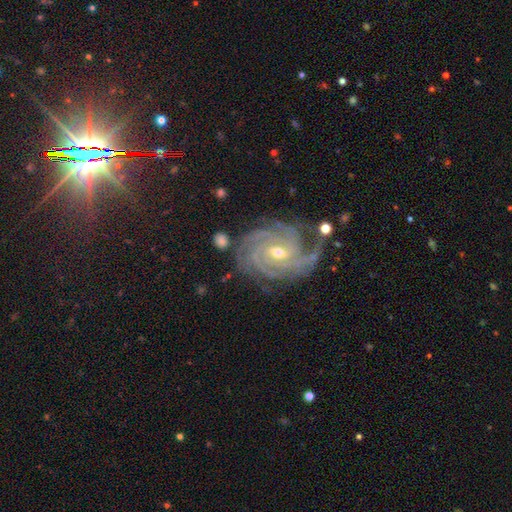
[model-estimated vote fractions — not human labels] A featured or disk galaxy (88%) with no bar (43%), 4 (28%) tight (75%) spiral arms (99%) and a moderate central bulge (50%).

Vote fractions:
- Smooth or featured? featured or disk: 88% / star or artifact: 8% / smooth: 4%
- Edge-on disk? no: 97% / yes: 3%
- Bar? no: 43% / weak: 40% / strong: 17%
- Spiral arms? yes: 99% / no: 1%
- Spiral winding? tight: 75% / medium: 22% / loose: 4%
- Spiral arm count? 4: 28% / 3: 26% / can't tell: 16% / more than 4: 11% / 2: 11% / 1: 8%
- Bulge size? moderate: 50% / small: 47% / large: 1% / none: 1% / dominant: 1%
- Merging? none: 70% / minor disturbance: 20% / major disturbance: 8% / merger: 3%